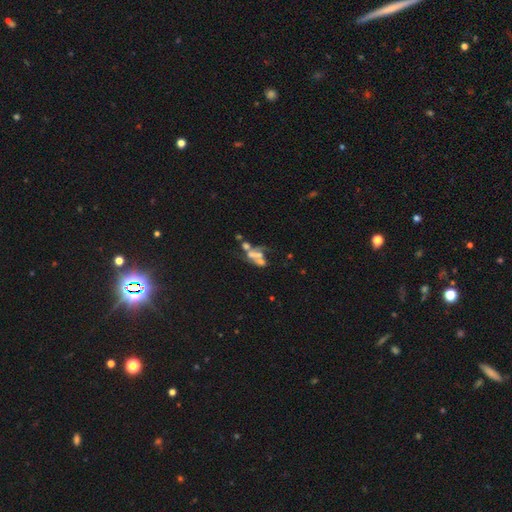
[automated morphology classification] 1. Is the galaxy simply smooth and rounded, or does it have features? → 47% featured or disk, 33% smooth, 19% star or artifact.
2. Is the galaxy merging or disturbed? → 50% merger, 23% major disturbance, 17% none, 10% minor disturbance.